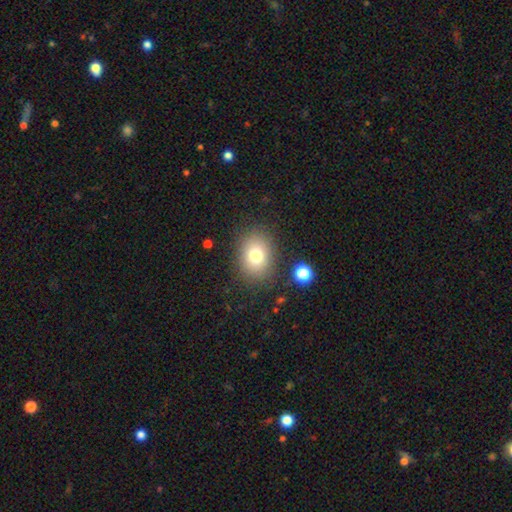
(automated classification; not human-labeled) smooth-or-featured: smooth: 76% | star or artifact: 13% | featured or disk: 12%
  how-rounded: in between: 55% | round: 44% | cigar-shaped: 1%
  merging: none: 84% | minor disturbance: 10% | major disturbance: 4% | merger: 2%